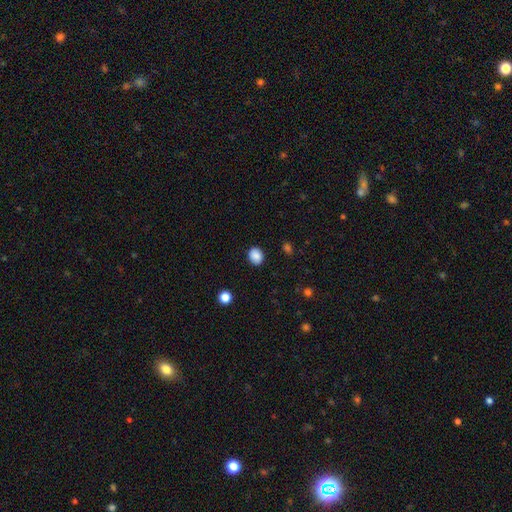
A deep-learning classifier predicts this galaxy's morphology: smooth-or-featured: smooth: 88% | star or artifact: 9% | featured or disk: 3%
  how-rounded: round: 52% | in between: 47% | cigar-shaped: 1%
  merging: none: 88% | minor disturbance: 9% | major disturbance: 2% | merger: 1%